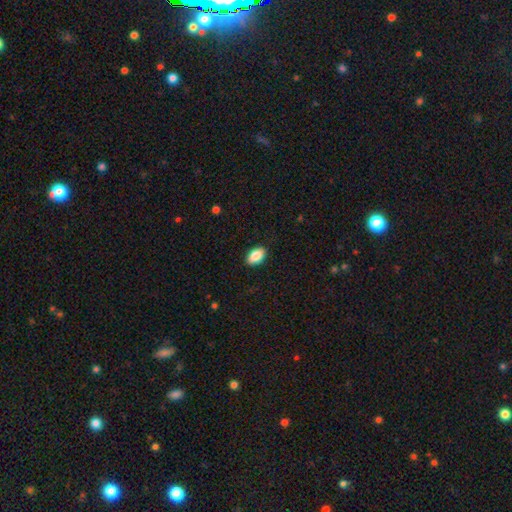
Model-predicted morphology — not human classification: A smooth galaxy with no disk features (88%) that is in between round and cigar-shaped (93%). Merging: none (89%).